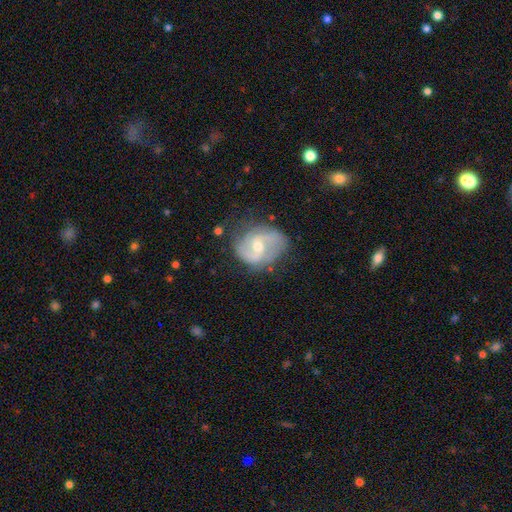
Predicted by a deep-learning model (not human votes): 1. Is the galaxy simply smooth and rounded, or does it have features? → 80% featured or disk, 14% smooth, 6% star or artifact.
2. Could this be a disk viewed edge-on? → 98% no, 2% yes.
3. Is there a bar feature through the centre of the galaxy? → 48% weak, 40% no, 12% strong.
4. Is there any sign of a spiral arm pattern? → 93% yes, 7% no.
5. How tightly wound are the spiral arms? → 51% medium, 28% loose, 21% tight.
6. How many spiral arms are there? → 84% 2, 7% can't tell, 3% 3, 3% 1, 1% 4, 1% more than 4.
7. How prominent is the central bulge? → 51% moderate, 45% small, 2% large, 1% none, 1% dominant.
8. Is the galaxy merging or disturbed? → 68% none, 21% minor disturbance, 9% major disturbance, 2% merger.